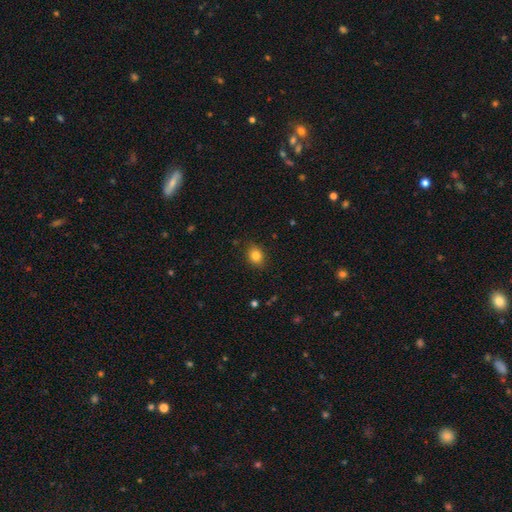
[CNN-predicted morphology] smooth_or_featured: smooth (p=0.82) [alt: star or artifact p=0.11]
how_rounded: round (p=0.56) [alt: in between p=0.43]
merging: none (p=0.86) [alt: minor disturbance p=0.10]